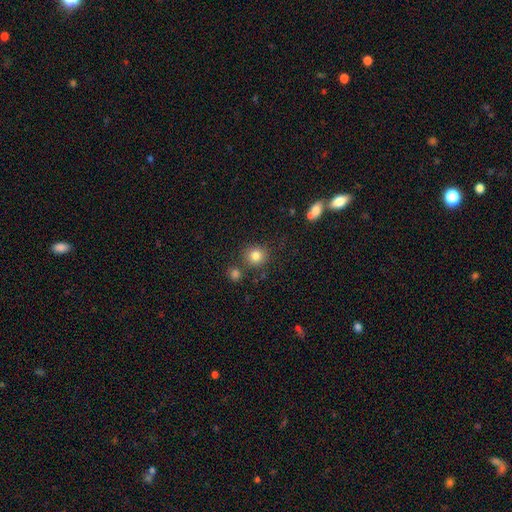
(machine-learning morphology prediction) Q: Smooth or featured?
A: smooth (83%); runner-up: star or artifact (11%)
Q: How rounded?
A: round (87%); runner-up: in between (12%)
Q: Merging?
A: none (79%); runner-up: minor disturbance (9%)